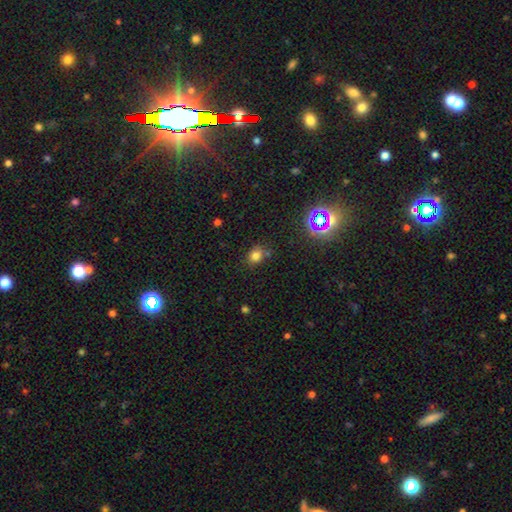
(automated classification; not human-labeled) Morphology: type=smooth (75%); roundness=round (70%); merging=none (74%).